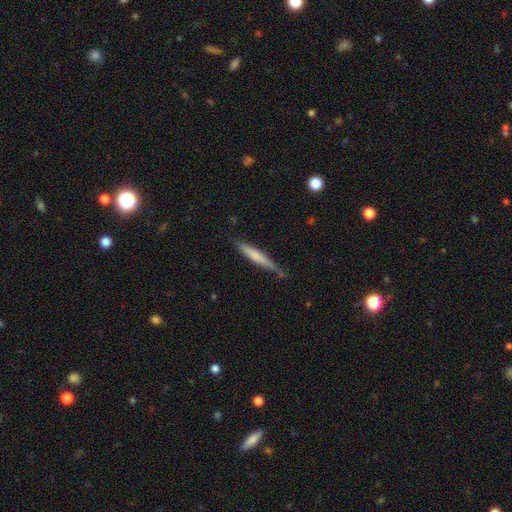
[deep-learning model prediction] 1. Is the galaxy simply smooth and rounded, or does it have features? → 59% smooth, 36% featured or disk, 5% star or artifact.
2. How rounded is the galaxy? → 94% cigar-shaped, 5% in between, 1% round.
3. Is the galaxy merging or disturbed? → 78% none, 16% minor disturbance, 3% major disturbance, 3% merger.